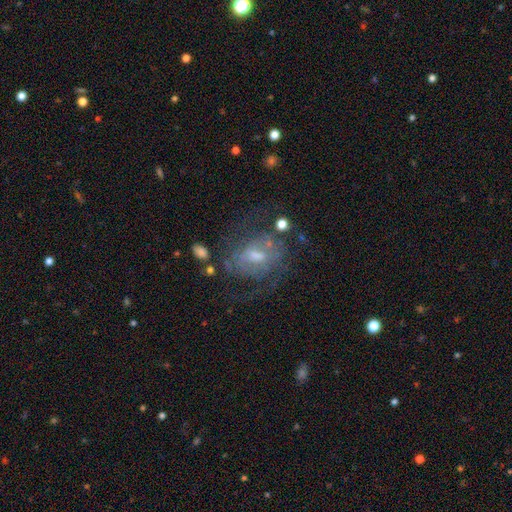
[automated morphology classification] type=featured or disk (70%); edge-on=no (96%); bar=weak (51%); spiral arms=yes (71%); bulge=moderate (50%); merging=none (51%).